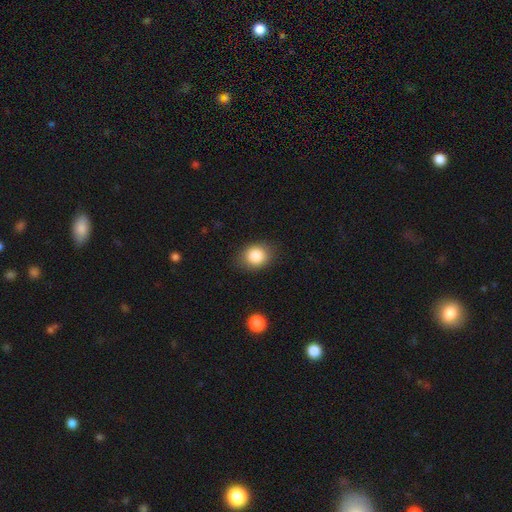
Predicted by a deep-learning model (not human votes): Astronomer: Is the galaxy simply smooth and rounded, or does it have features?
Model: smooth — 85%.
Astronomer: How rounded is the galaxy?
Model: round — 54% (runner-up: in between, 45%).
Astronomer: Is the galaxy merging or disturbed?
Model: none — 83%.